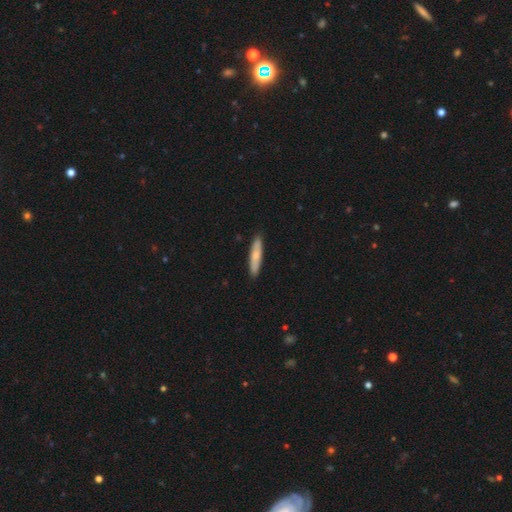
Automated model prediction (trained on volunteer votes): Morphology: type=smooth (71%); roundness=cigar-shaped (87%); merging=none (90%).